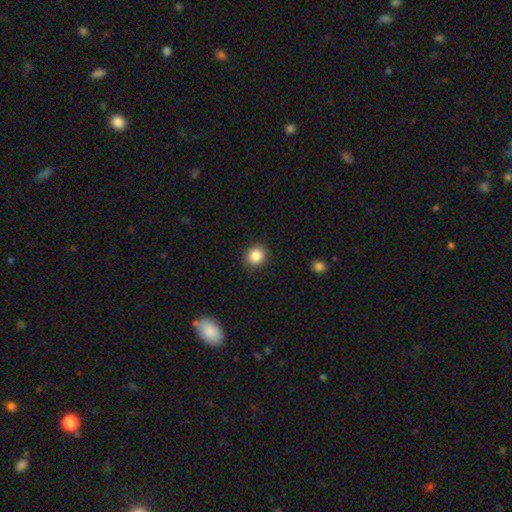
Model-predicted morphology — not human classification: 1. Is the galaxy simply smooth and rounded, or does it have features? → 85% smooth, 10% star or artifact, 5% featured or disk.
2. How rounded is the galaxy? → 81% round, 18% in between, 1% cigar-shaped.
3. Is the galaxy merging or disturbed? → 89% none, 7% minor disturbance, 2% major disturbance, 1% merger.